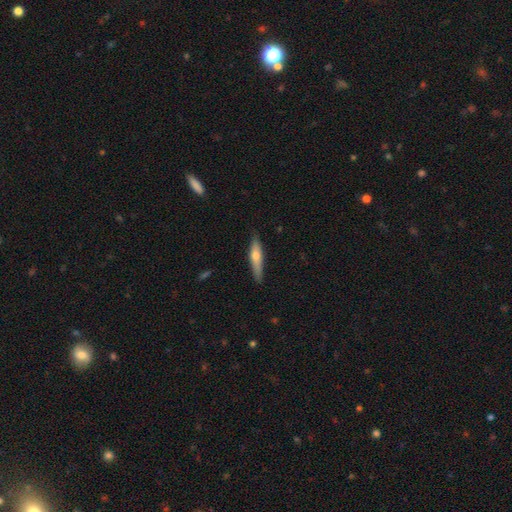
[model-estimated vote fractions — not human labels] smooth-or-featured: smooth: 52% | featured or disk: 42% | star or artifact: 6%
  how-rounded: cigar-shaped: 85% | in between: 13% | round: 2%
  merging: none: 84% | minor disturbance: 13% | major disturbance: 2% | merger: 1%